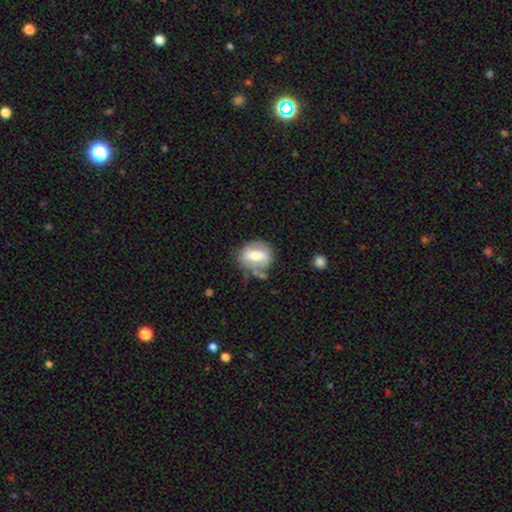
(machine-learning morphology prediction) Smooth or featured? Predicted: smooth (p=0.48). Merging? Predicted: none (p=0.60).